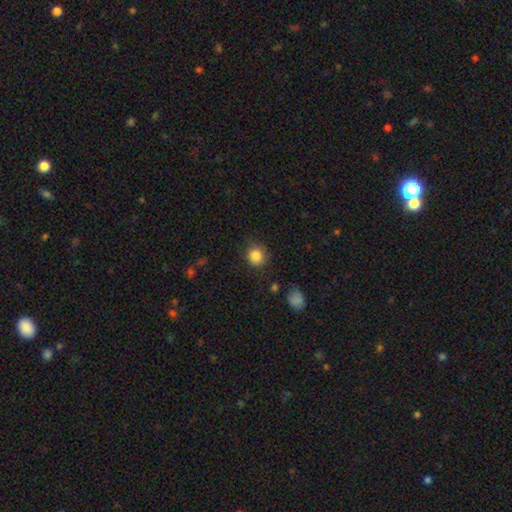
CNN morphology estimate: Smooth or featured? Predicted: smooth (p=0.86). How rounded? Predicted: round (p=0.85). Merging? Predicted: none (p=0.86).